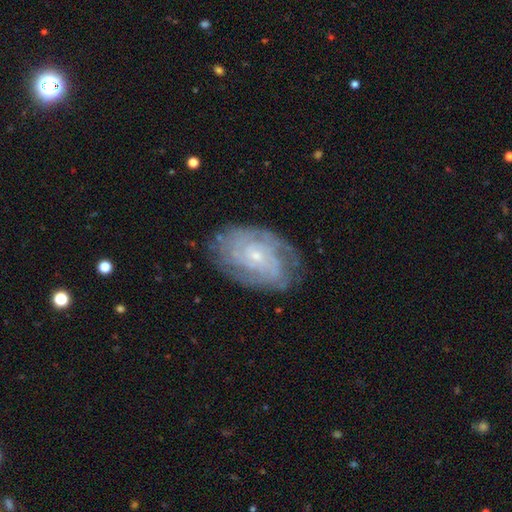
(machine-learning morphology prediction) Overall: featured or disk (83%). Edge-on disk: no (96%). Bar: no (69%). Spiral arms: yes (95%). Spiral arm count: can't tell (38%; 2 21%). Spiral winding: tight (70%). Bulge size: small (80%). Merging: none (77%).